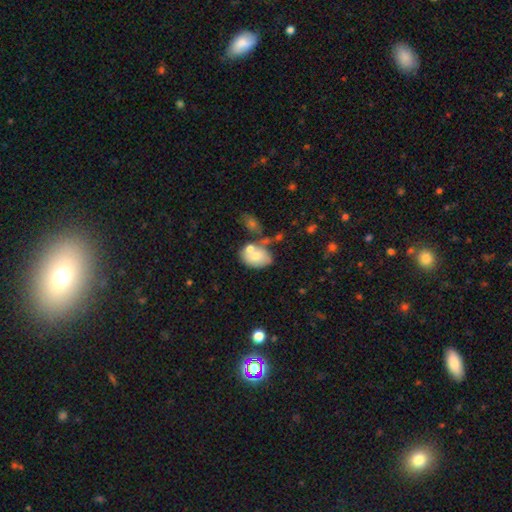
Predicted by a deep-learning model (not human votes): Morphology: type=smooth (68%); roundness=in between (79%); merging=none (39%).